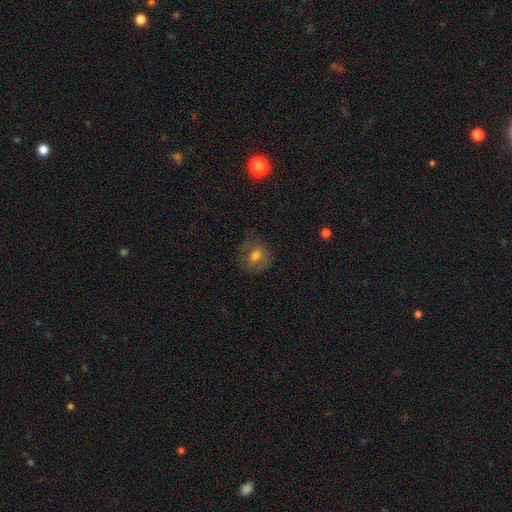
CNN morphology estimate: smooth_or_featured: smooth (p=0.58) [alt: featured or disk p=0.32]
how_rounded: round (p=0.61) [alt: in between p=0.38]
merging: none (p=0.65) [alt: minor disturbance p=0.21]